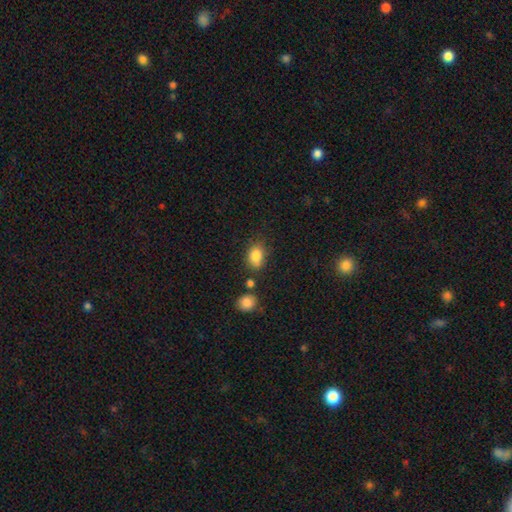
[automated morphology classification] Smooth or featured? Predicted: smooth (p=0.84). How rounded? Predicted: in between (p=0.73). Merging? Predicted: none (p=0.67).